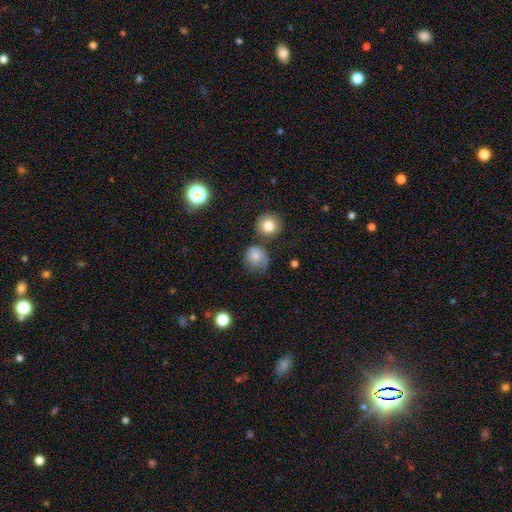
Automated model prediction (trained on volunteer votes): Smooth or featured: smooth — 79% (featured or disk — 11%)
How rounded: round — 82% (in between — 17%)
Merging: none — 55% (minor disturbance — 25%)